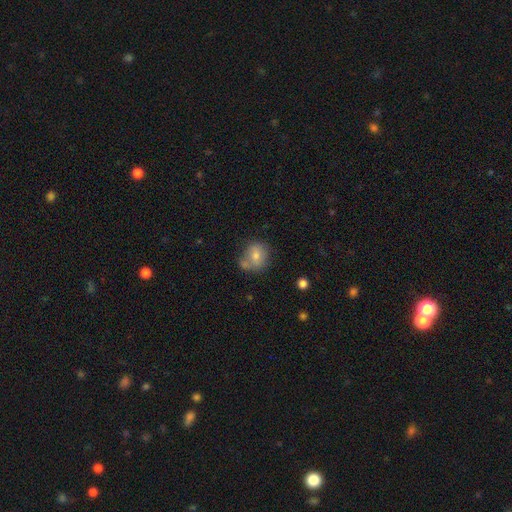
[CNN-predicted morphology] Overall: smooth (70%). How rounded: round (70%). Merging: none (57%; merger 21%).